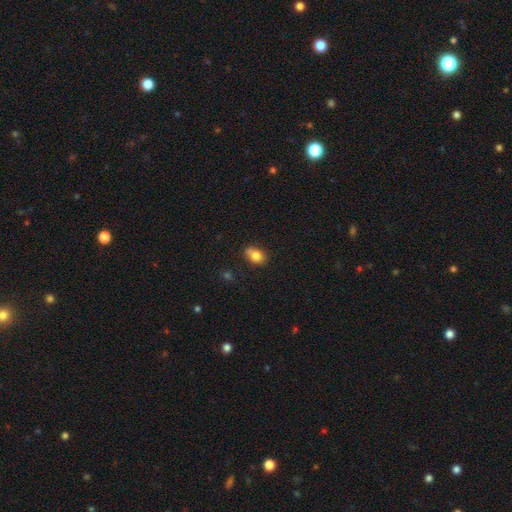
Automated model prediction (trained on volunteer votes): smooth_or_featured: smooth (p=0.81) [alt: featured or disk p=0.10]
how_rounded: in between (p=0.75) [alt: round p=0.23]
merging: none (p=0.60) [alt: minor disturbance p=0.25]